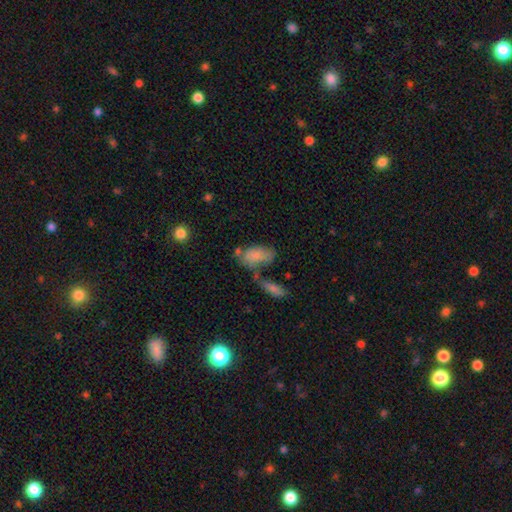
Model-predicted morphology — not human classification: smooth 79%, featured or disk 14%, star or artifact 7%. Down the decision tree: how rounded — in between (91%); merging — none (41%).